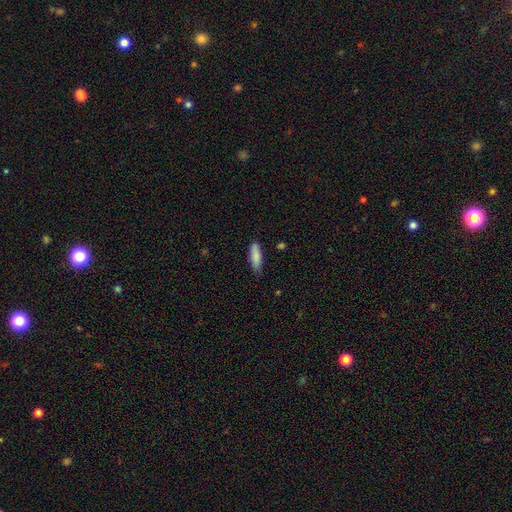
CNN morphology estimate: Smooth or featured?
  - smooth: 86% *
  - featured or disk: 8%
  - star or artifact: 6%
How rounded?
  - cigar-shaped: 51% *
  - in between: 47%
  - round: 2%
Merging?
  - none: 80% *
  - minor disturbance: 16%
  - major disturbance: 3%
  - merger: 1%